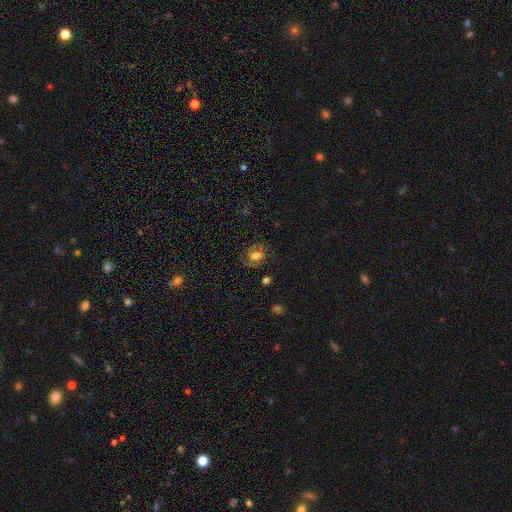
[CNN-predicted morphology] Q: Smooth or featured?
A: smooth (48%); runner-up: featured or disk (38%)
Q: Merging?
A: none (68%); runner-up: minor disturbance (19%)